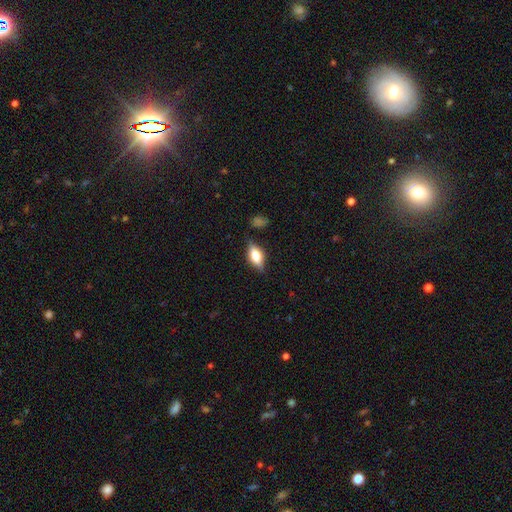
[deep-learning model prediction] Smooth or featured? smooth (52%)
How rounded? in between (78%)
Merging? none (78%)